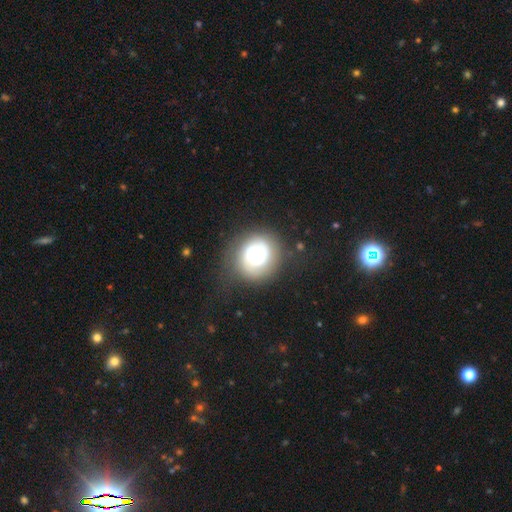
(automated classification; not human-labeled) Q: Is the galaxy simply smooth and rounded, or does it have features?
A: featured or disk — 58%.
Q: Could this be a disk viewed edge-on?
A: no — 97%.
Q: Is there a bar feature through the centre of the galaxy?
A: no — 57%.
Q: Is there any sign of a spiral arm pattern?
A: yes — 69%.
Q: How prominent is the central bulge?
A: large — 45%.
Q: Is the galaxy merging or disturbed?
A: none — 72%.